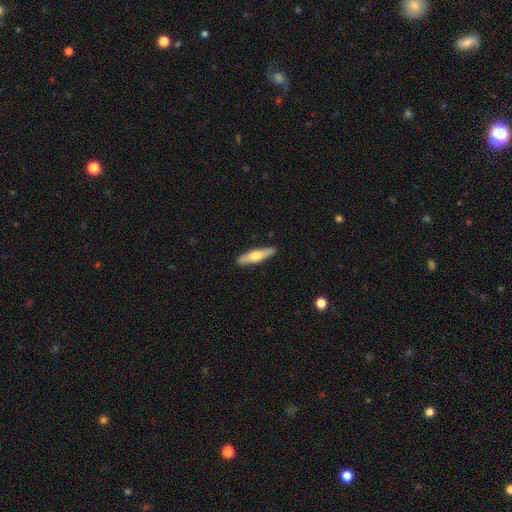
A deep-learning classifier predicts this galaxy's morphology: This appears to be a smooth galaxy with no disk features (48%). Merging: none (90%).